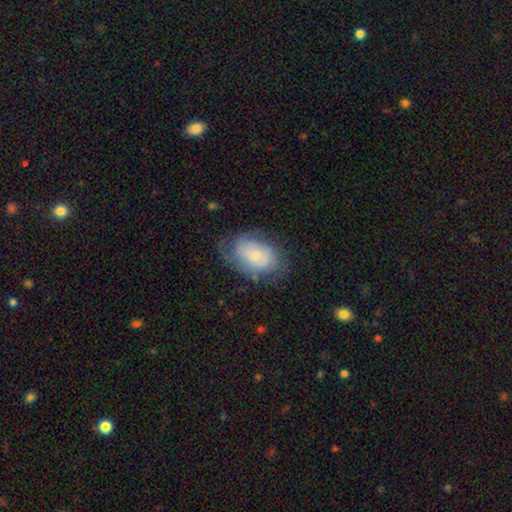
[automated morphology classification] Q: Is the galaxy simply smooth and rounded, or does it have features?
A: featured or disk — 48%.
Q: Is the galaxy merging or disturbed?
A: none — 60%.